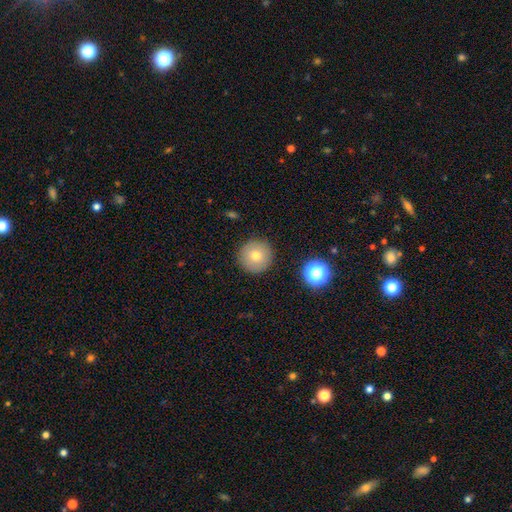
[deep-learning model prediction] This is likely a smooth galaxy (75%). How rounded: clearly round (96%). Merging: clearly none (91%).